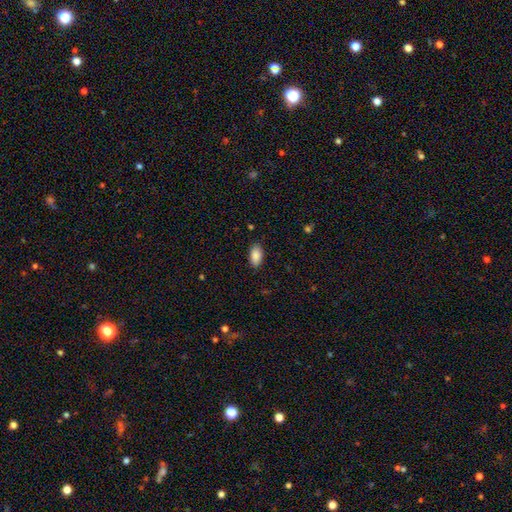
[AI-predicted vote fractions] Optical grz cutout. It shows a smooth galaxy with no disk features (88%) that is in between round and cigar-shaped (93%). Merging: none (87%).